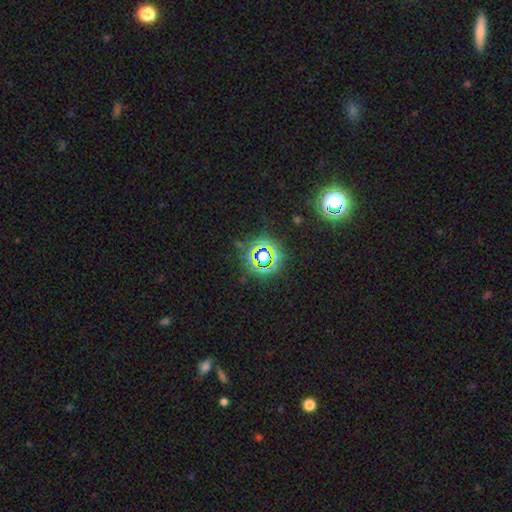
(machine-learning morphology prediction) This appears to be a star or artifact, not a galaxy (75%).